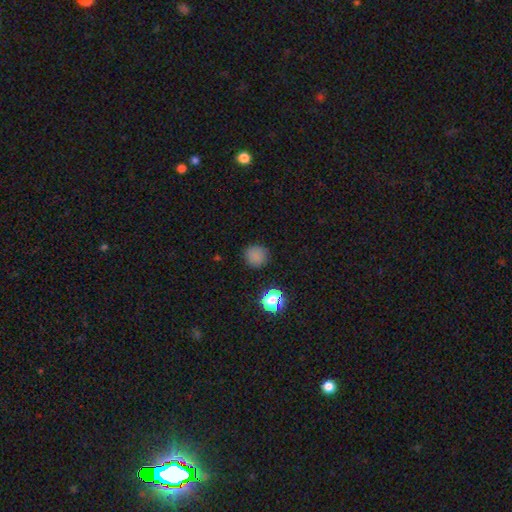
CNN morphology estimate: Smooth or featured: smooth — 78% (star or artifact — 18%)
How rounded: round — 93% (in between — 6%)
Merging: none — 86% (minor disturbance — 9%)